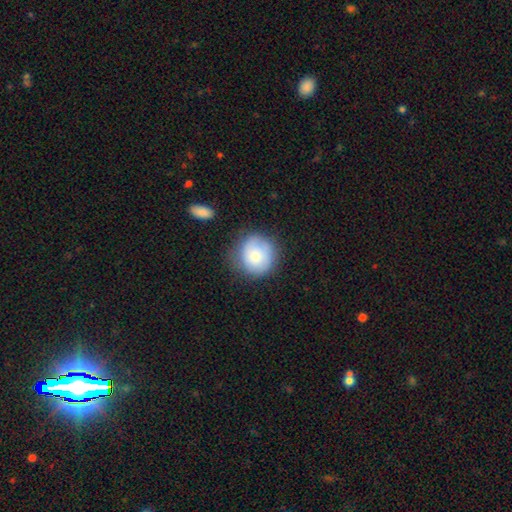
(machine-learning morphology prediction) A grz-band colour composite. It shows a smooth galaxy with no disk features (73%) that is round (88%). Merging: none (67%).